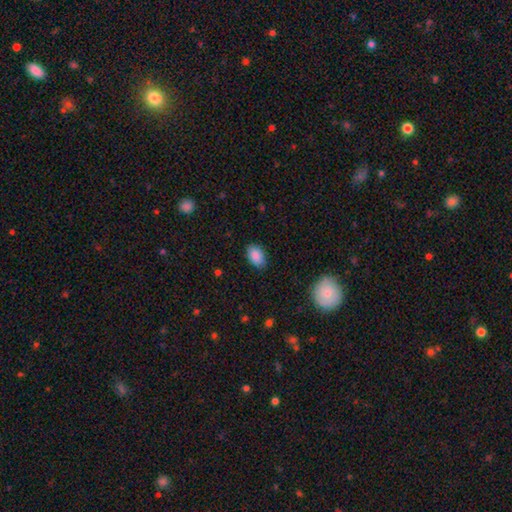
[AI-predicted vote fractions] A smooth galaxy with no disk features (88%) that is in between round and cigar-shaped (88%).

Vote fractions:
- Smooth or featured? smooth: 88% / star or artifact: 7% / featured or disk: 5%
- How rounded? in between: 88% / round: 11% / cigar-shaped: 1%
- Merging? none: 84% / minor disturbance: 12% / major disturbance: 3% / merger: 1%